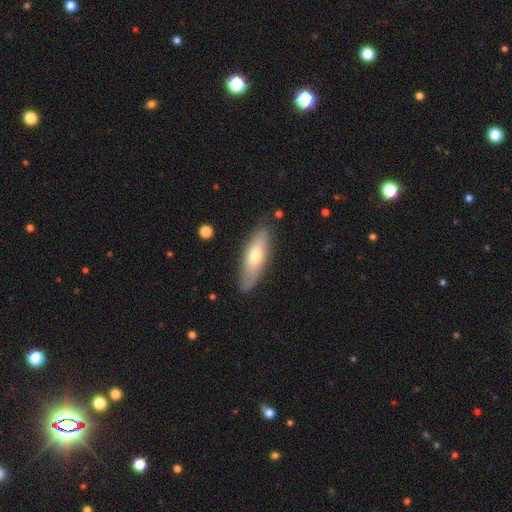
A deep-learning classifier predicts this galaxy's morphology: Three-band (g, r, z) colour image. It shows a smooth galaxy with no disk features (57%) that is in between round and cigar-shaped (51%). Merging: none (82%).